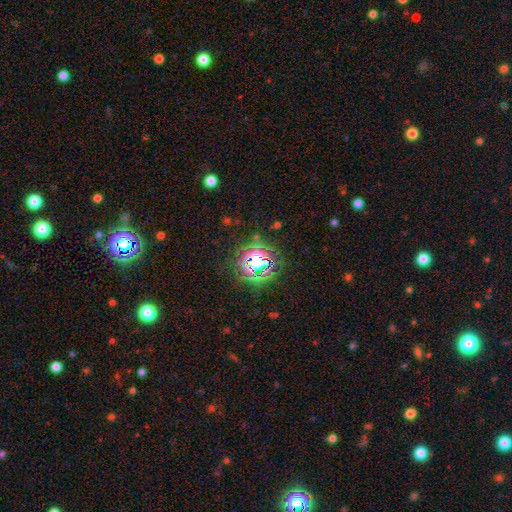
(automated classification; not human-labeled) The model was most divided on "smooth or featured": star or artifact: 78%, smooth: 14%, featured or disk: 8%.